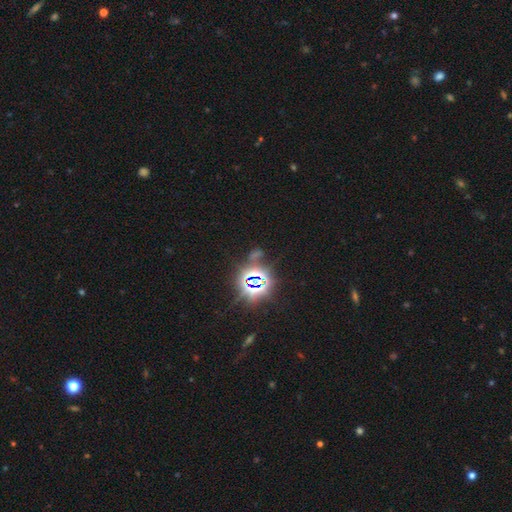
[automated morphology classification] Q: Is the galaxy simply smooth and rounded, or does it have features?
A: star or artifact — 82%.